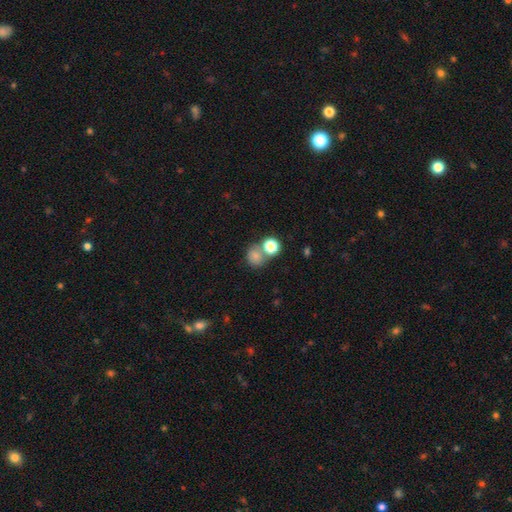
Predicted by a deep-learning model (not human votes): smooth 77%, star or artifact 14%, featured or disk 9%. Down the decision tree: how rounded — round (79%); merging — none (50%).